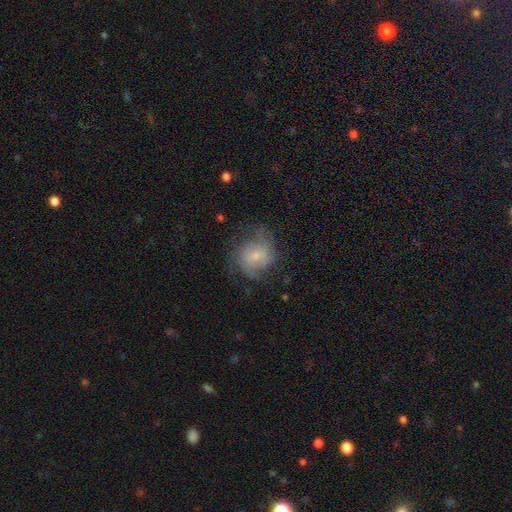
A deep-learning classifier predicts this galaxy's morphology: type=featured or disk (57%); edge-on=no (97%); bar=no (67%); spiral arms=yes (83%); bulge=small (65%); merging=none (56%).